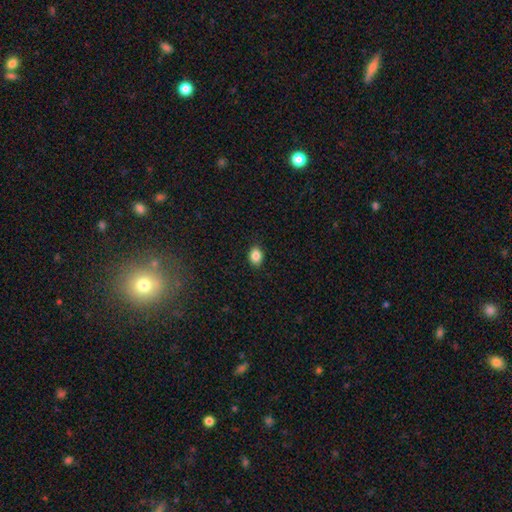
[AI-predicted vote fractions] Smooth or featured?
  - smooth: 86% *
  - star or artifact: 9%
  - featured or disk: 5%
How rounded?
  - in between: 65% *
  - round: 34%
  - cigar-shaped: 1%
Merging?
  - none: 88% *
  - minor disturbance: 9%
  - major disturbance: 2%
  - merger: 1%